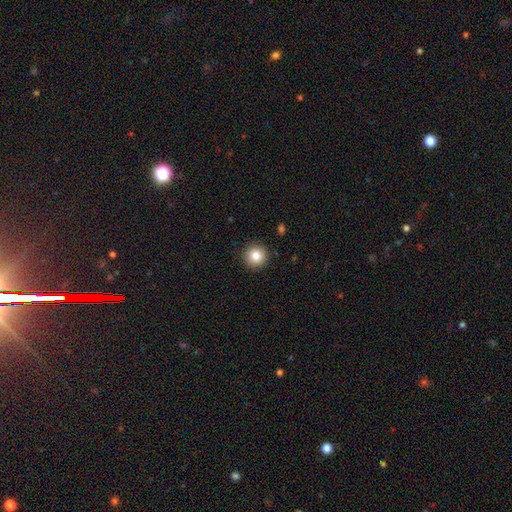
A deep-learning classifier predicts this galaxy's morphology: smooth_or_featured: smooth (p=0.83) [alt: star or artifact p=0.10]
how_rounded: round (p=0.96) [alt: in between p=0.03]
merging: none (p=0.92) [alt: minor disturbance p=0.05]